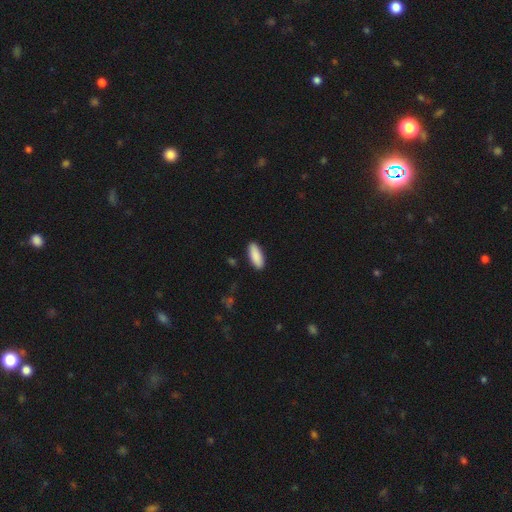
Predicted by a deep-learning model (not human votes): smooth-or-featured: smooth: 90% | star or artifact: 6% | featured or disk: 4%
  how-rounded: in between: 75% | cigar-shaped: 23% | round: 2%
  merging: none: 89% | minor disturbance: 8% | major disturbance: 2% | merger: 1%